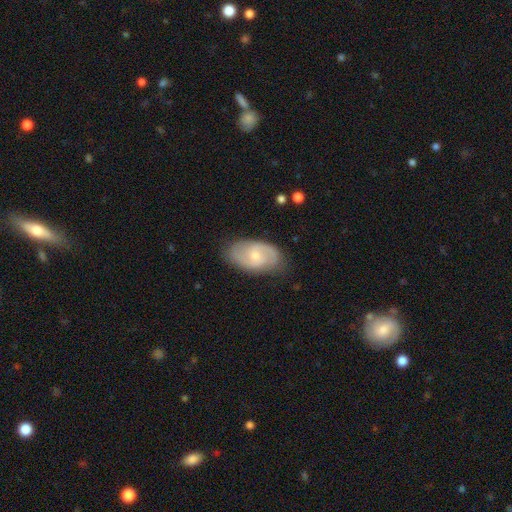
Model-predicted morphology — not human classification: Overall: featured or disk (71%). Edge-on disk: no (96%). Bar: no (54%; weak 40%). Spiral arms: yes (92%). Spiral arm count: 2 (81%). Spiral winding: medium (47%; tight 37%). Bulge size: small (55%; moderate 40%). Merging: none (80%).